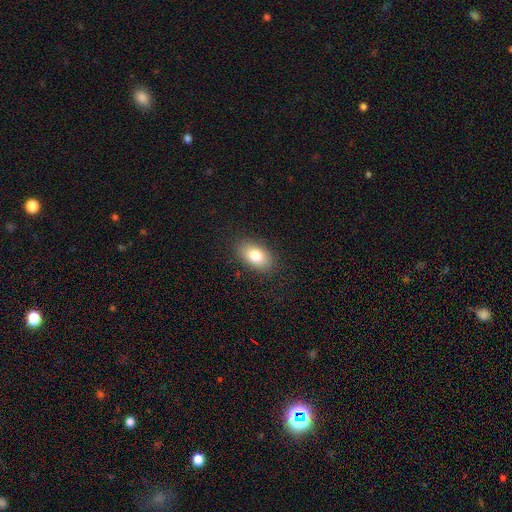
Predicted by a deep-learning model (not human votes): smooth_or_featured: smooth (p=0.79) [alt: featured or disk p=0.13]
how_rounded: in between (p=0.90) [alt: round p=0.09]
merging: none (p=0.86) [alt: minor disturbance p=0.10]